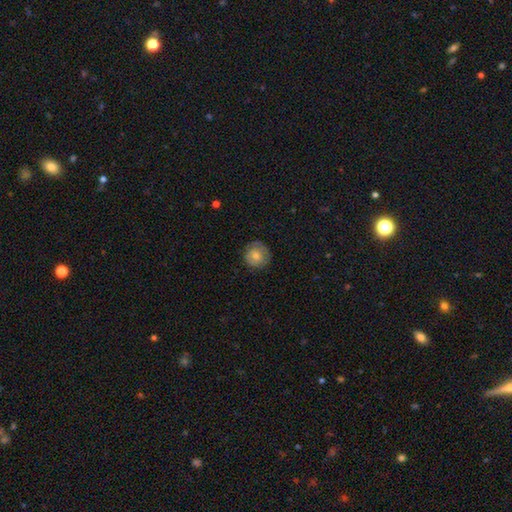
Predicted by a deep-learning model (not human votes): This appears to be a smooth galaxy with no disk features (76%) that is round (92%). Merging: none (81%).